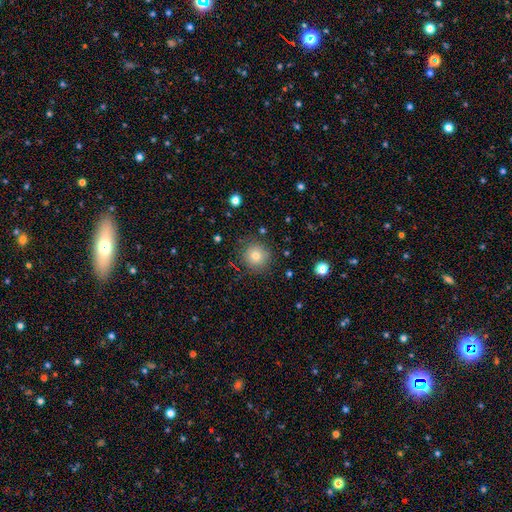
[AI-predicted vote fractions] Smooth or featured? smooth (78%)
How rounded? round (93%)
Merging? none (86%)